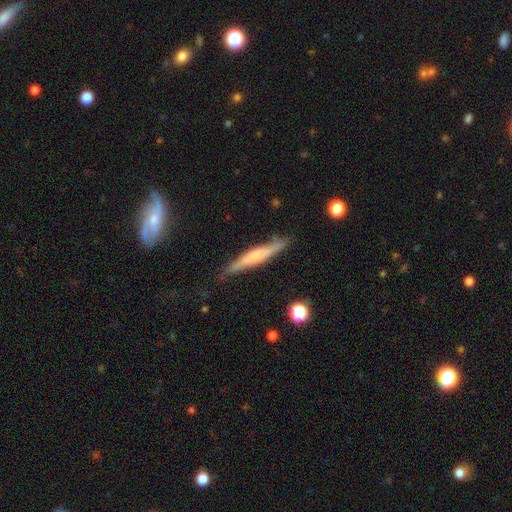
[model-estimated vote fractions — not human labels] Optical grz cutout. It shows a featured or disk galaxy (49%). Merging: none (80%).